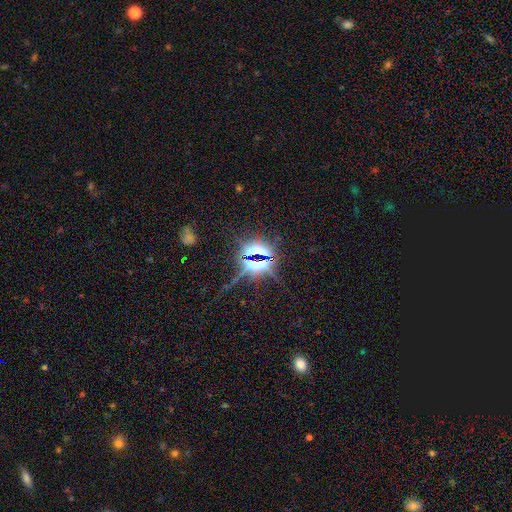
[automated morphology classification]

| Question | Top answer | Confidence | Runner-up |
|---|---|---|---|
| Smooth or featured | star or artifact | 77% | smooth (13%) |